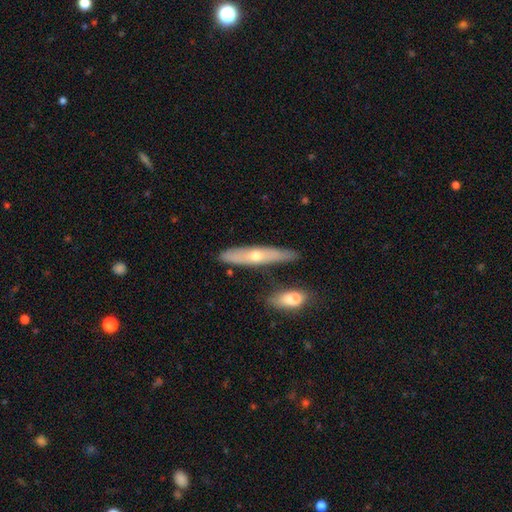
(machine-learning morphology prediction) This is possibly a featured or disk galaxy (47%). Merging: likely none (78%).